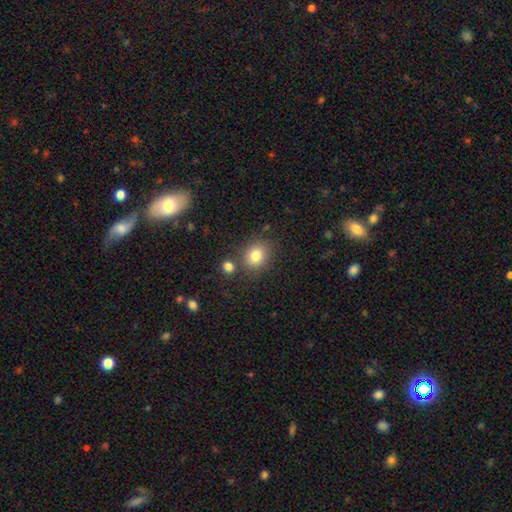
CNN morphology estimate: Smooth or featured? smooth (81%)
How rounded? round (64%)
Merging? none (75%)